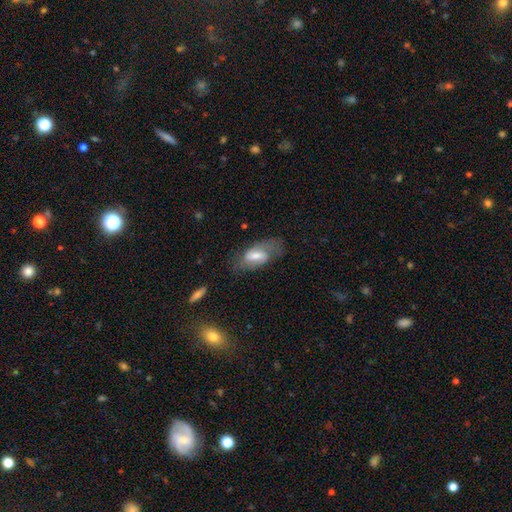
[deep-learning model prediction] This is possibly a featured or disk galaxy (48%). Merging: possibly none (57%).